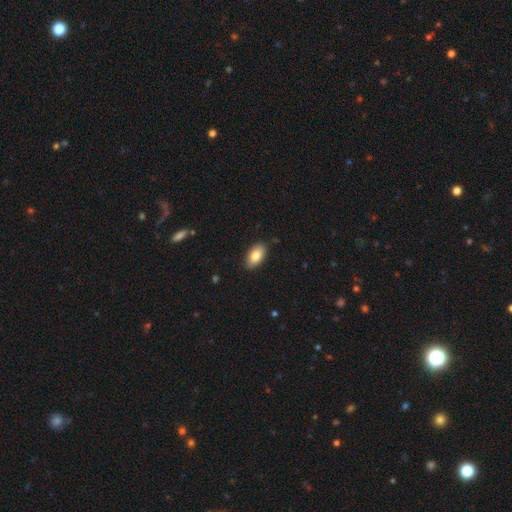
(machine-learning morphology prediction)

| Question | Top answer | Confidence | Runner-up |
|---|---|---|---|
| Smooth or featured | smooth | 83% | featured or disk (11%) |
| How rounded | in between | 93% | cigar-shaped (3%) |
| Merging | none | 87% | minor disturbance (10%) |